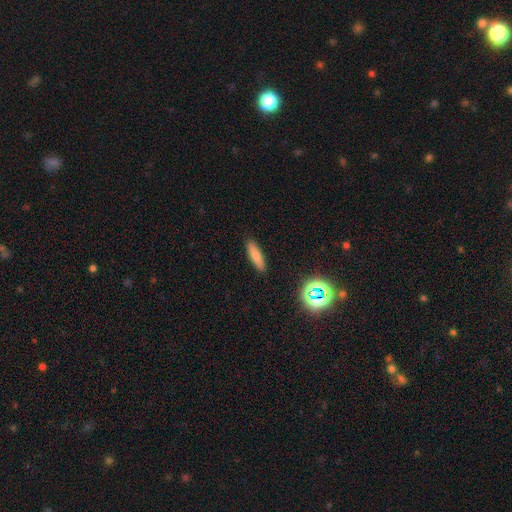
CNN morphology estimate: smooth_or_featured: smooth (p=0.78) [alt: featured or disk p=0.12]
how_rounded: cigar-shaped (p=0.70) [alt: in between p=0.28]
merging: none (p=0.89) [alt: minor disturbance p=0.07]